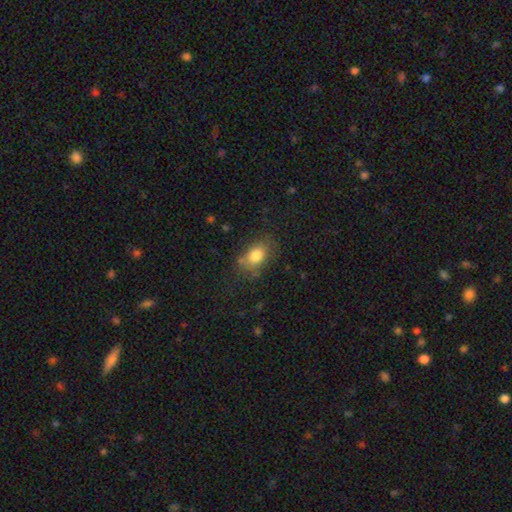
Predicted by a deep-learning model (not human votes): Morphology: type=smooth (79%); roundness=in between (74%); merging=none (67%).